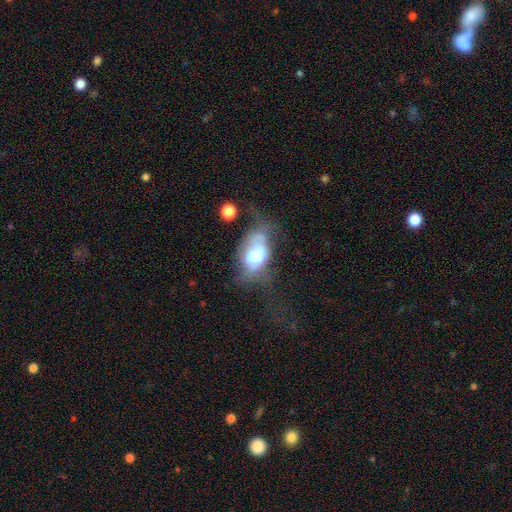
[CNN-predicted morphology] Smooth or featured? smooth (58%)
How rounded? in between (87%)
Merging? major disturbance (41%)